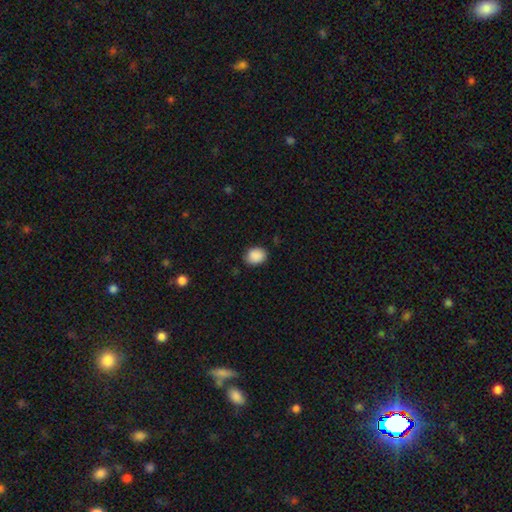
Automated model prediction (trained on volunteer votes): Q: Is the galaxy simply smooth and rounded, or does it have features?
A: smooth — 90%.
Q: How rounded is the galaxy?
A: in between — 53%.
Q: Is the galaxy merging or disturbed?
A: none — 84%.